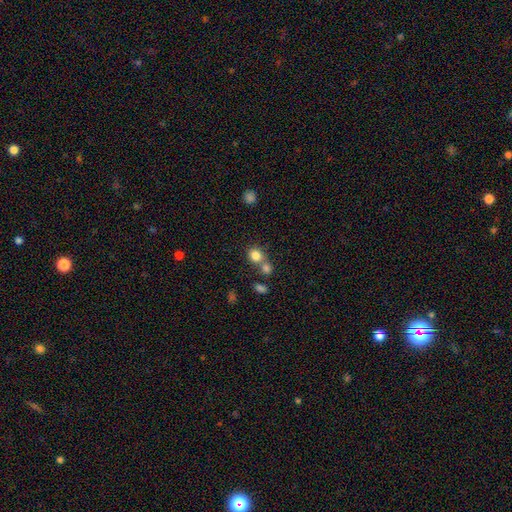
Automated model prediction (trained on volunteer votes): Smooth or featured: smooth — 82% (star or artifact — 11%)
How rounded: round — 77% (in between — 22%)
Merging: none — 51% (merger — 36%)